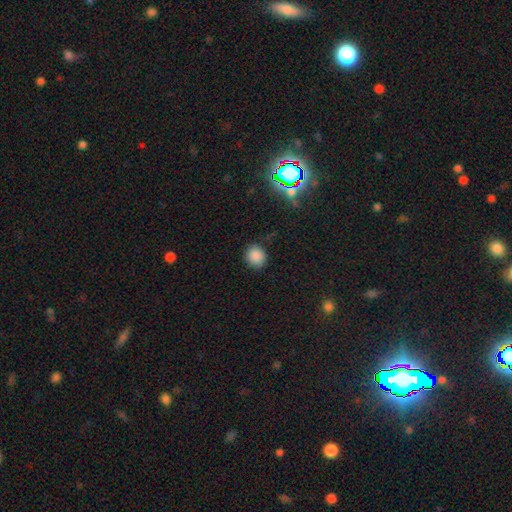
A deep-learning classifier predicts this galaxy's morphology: The model was most divided on "how rounded": round: 78%, in between: 21%, cigar-shaped: 1%. More confident: smooth or featured — smooth (84%); merging — none (84%).